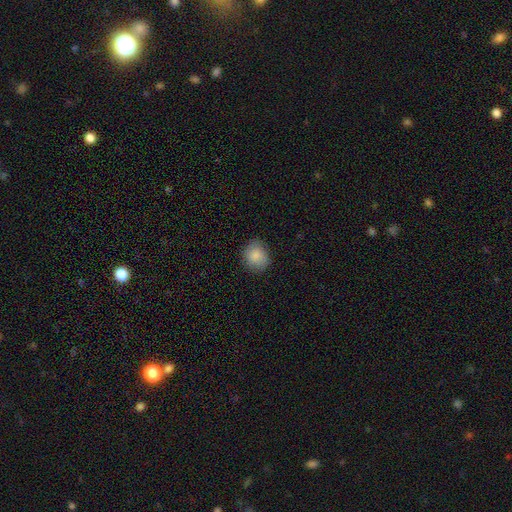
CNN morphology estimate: smooth 86%, star or artifact 8%, featured or disk 7%. Down the decision tree: how rounded — round (69%); merging — none (80%).